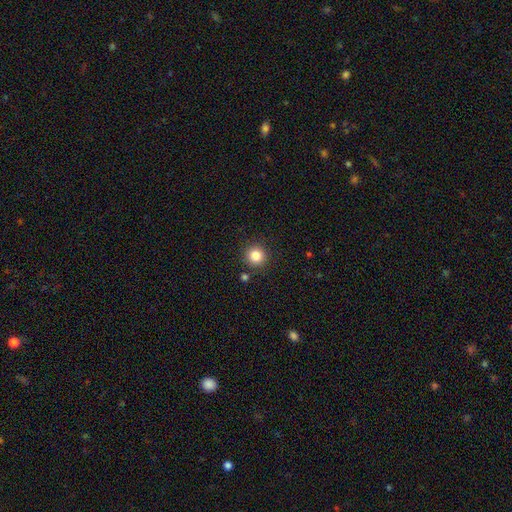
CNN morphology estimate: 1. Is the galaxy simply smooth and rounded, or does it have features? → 84% smooth, 11% star or artifact, 5% featured or disk.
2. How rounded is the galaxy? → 94% round, 5% in between, 1% cigar-shaped.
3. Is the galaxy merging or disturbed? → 88% none, 6% minor disturbance, 3% merger, 2% major disturbance.